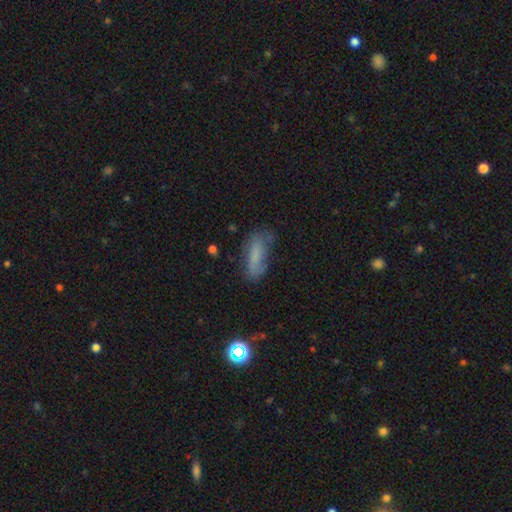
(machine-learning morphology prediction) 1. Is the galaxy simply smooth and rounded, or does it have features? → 67% smooth, 22% featured or disk, 11% star or artifact.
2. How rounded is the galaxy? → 60% in between, 37% cigar-shaped, 3% round.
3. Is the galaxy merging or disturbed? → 55% none, 29% minor disturbance, 13% major disturbance, 3% merger.